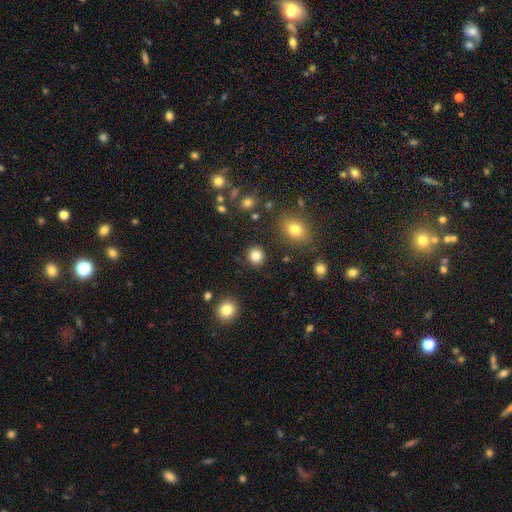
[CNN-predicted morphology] Q: Smooth or featured?
A: smooth (85%); runner-up: star or artifact (11%)
Q: How rounded?
A: round (90%); runner-up: in between (9%)
Q: Merging?
A: none (90%); runner-up: minor disturbance (6%)